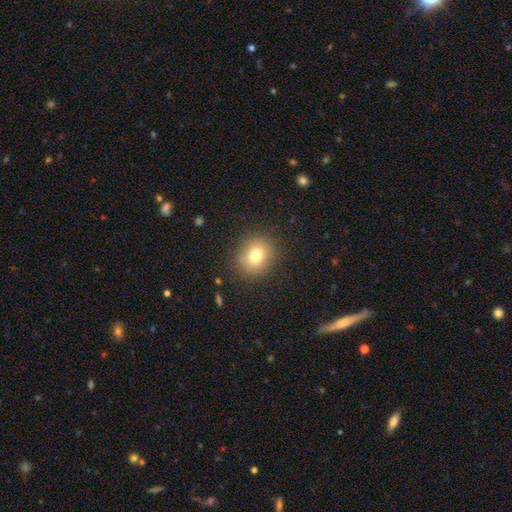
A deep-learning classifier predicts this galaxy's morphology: smooth 75%, star or artifact 13%, featured or disk 12%. Down the decision tree: how rounded — round (73%); merging — none (86%).